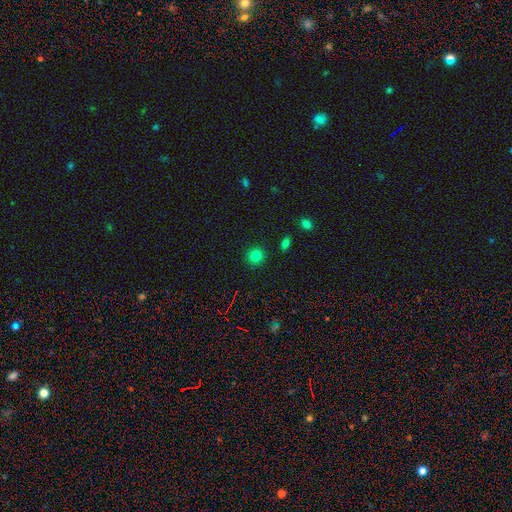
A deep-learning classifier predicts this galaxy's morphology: smooth-or-featured: smooth: 80% | star or artifact: 14% | featured or disk: 6%
  how-rounded: round: 92% | in between: 7% | cigar-shaped: 1%
  merging: none: 91% | minor disturbance: 6% | major disturbance: 2% | merger: 2%